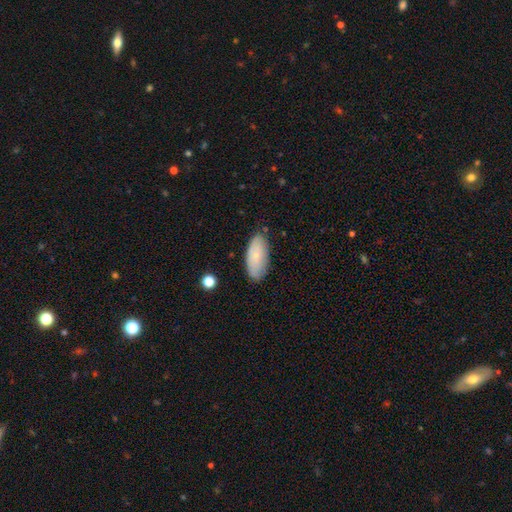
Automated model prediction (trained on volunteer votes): Smooth or featured? Predicted: smooth (p=0.70). How rounded? Predicted: in between (p=0.92). Merging? Predicted: none (p=0.79).